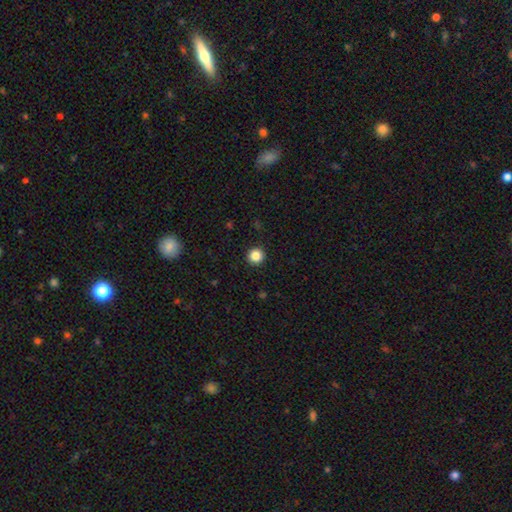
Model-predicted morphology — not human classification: Q: Smooth or featured?
A: smooth (86%); runner-up: star or artifact (11%)
Q: How rounded?
A: round (95%); runner-up: in between (4%)
Q: Merging?
A: none (93%); runner-up: minor disturbance (4%)